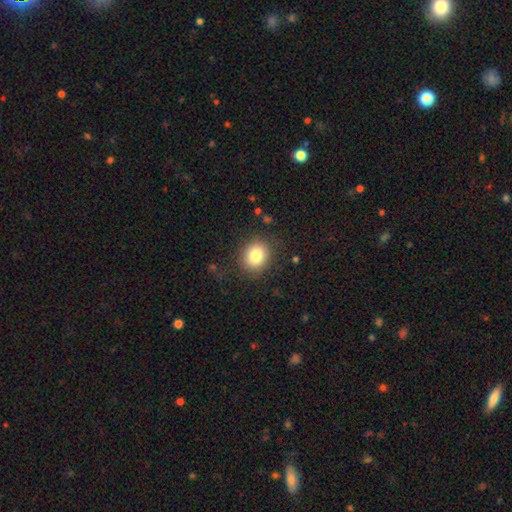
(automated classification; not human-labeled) Smooth or featured? smooth (81%)
How rounded? round (74%)
Merging? none (85%)